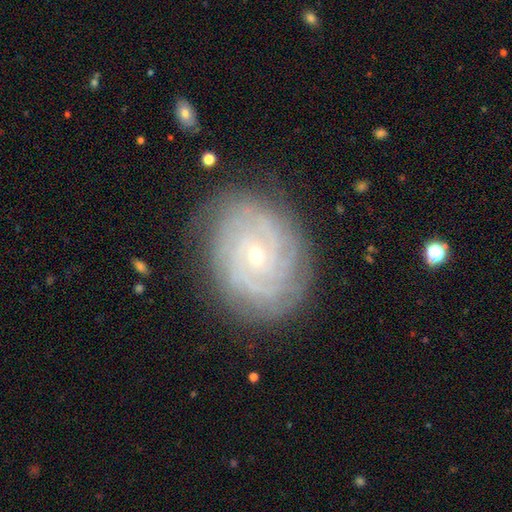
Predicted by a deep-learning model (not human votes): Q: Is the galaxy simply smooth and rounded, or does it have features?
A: featured or disk — 84%.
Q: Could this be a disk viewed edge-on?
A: no — 97%.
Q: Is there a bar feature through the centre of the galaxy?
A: no — 65%.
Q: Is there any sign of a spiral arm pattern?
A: yes — 96%.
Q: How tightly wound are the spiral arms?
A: tight — 81%.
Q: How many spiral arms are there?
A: can't tell — 33%.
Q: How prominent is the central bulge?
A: small — 69%.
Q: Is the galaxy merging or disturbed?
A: none — 83%.